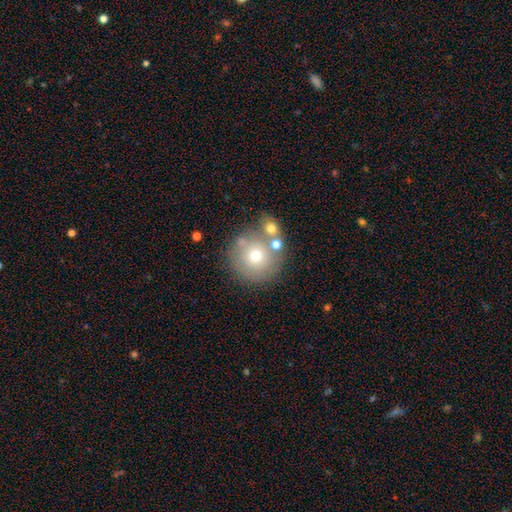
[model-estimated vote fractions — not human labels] Morphology: type=smooth (64%); roundness=round (94%); merging=none (65%).